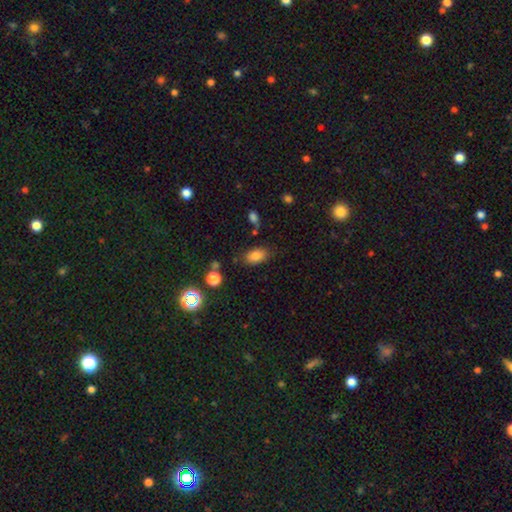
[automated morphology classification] Smooth or featured: smooth — 81% (star or artifact — 12%)
How rounded: in between — 89% (round — 9%)
Merging: none — 77% (minor disturbance — 14%)